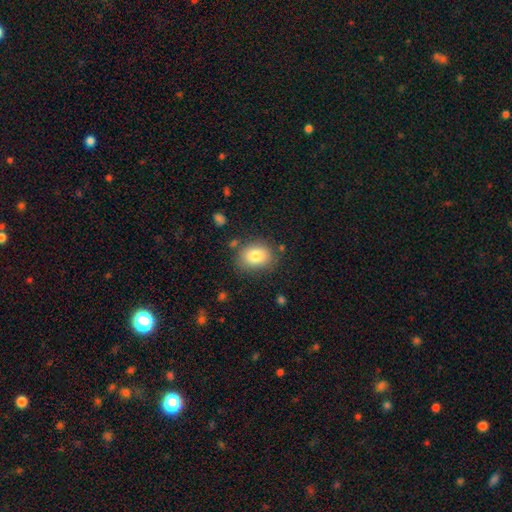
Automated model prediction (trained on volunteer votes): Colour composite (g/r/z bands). It shows a smooth galaxy with no disk features (82%) that is in between round and cigar-shaped (60%). Merging: none (79%).